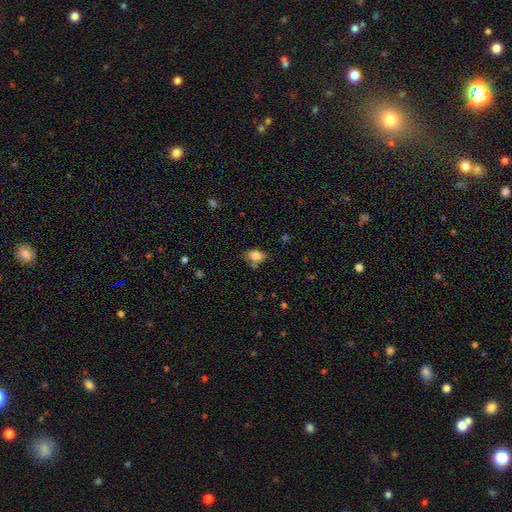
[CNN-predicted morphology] The model was most divided on "merging": none: 64%, minor disturbance: 21%, merger: 10%, major disturbance: 5%. More confident: how rounded — in between (84%); smooth or featured — smooth (81%).